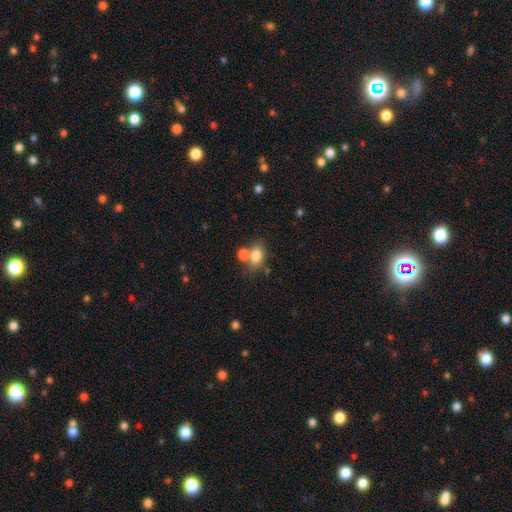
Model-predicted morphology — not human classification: smooth 80%, featured or disk 10%, star or artifact 10%. Down the decision tree: how rounded — in between (74%); merging — none (51%).